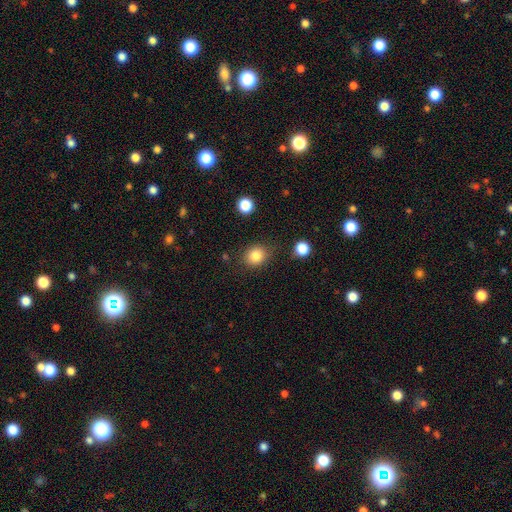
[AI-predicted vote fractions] Smooth or featured? smooth (84%)
How rounded? round (70%)
Merging? none (81%)